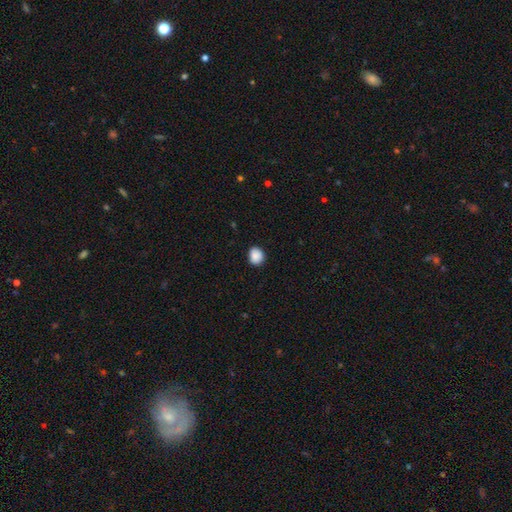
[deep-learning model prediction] This is clearly a smooth galaxy (88%). How rounded: likely round (70%). Merging: clearly none (85%).